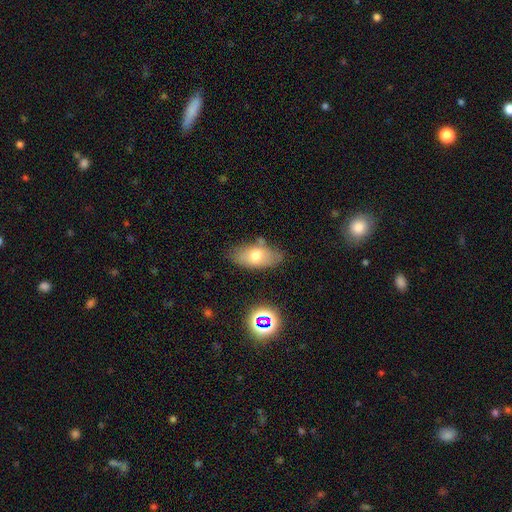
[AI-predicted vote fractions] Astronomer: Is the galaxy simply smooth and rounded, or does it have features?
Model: smooth — 67%.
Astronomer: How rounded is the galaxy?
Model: in between — 90%.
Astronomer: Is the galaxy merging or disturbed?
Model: none — 69%.